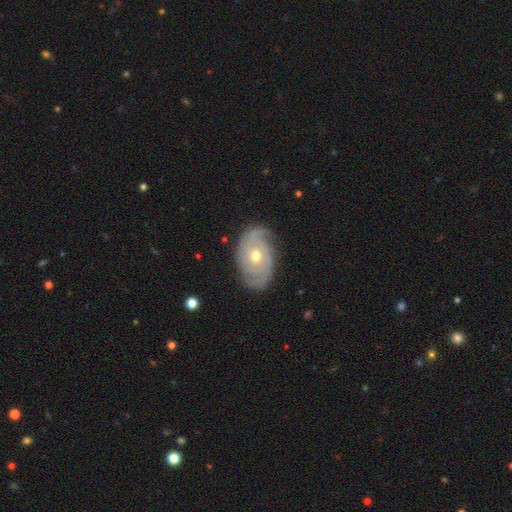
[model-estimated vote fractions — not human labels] A featured or disk galaxy (85%) with no bar (78%), 2 (40%) tight (69%) spiral arms (95%) and a moderate central bulge (68%).

Vote fractions:
- Smooth or featured? featured or disk: 85% / smooth: 9% / star or artifact: 6%
- Edge-on disk? no: 95% / yes: 5%
- Bar? no: 78% / weak: 18% / strong: 4%
- Spiral arms? yes: 95% / no: 5%
- Spiral winding? tight: 69% / medium: 25% / loose: 6%
- Spiral arm count? 2: 40% / 3: 24% / can't tell: 21% / 4: 6% / 1: 5% / more than 4: 4%
- Bulge size? moderate: 68% / small: 28% / large: 2% / none: 1% / dominant: 1%
- Merging? none: 81% / minor disturbance: 14% / major disturbance: 3% / merger: 1%